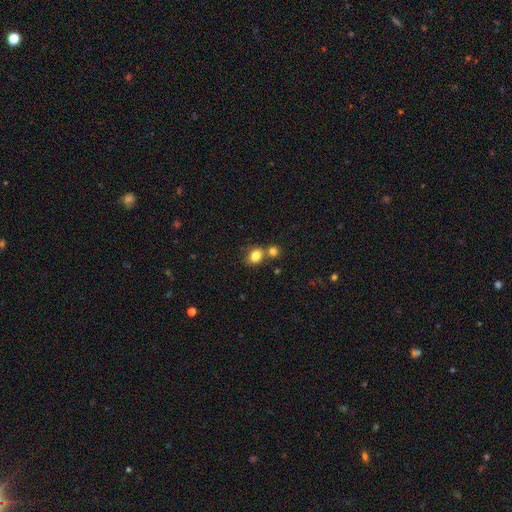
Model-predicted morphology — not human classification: A smooth galaxy with no disk features (82%) that is in between round and cigar-shaped (54%).

Vote fractions:
- Smooth or featured? smooth: 82% / star or artifact: 10% / featured or disk: 8%
- How rounded? in between: 54% / round: 45% / cigar-shaped: 1%
- Merging? none: 55% / merger: 30% / minor disturbance: 11% / major disturbance: 4%